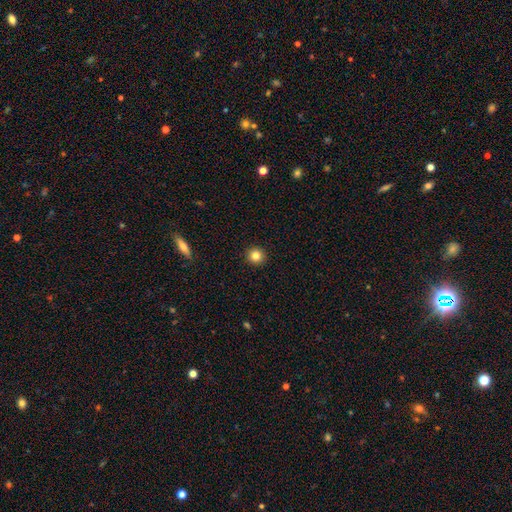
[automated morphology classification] type=smooth (84%); roundness=round (94%); merging=none (93%).